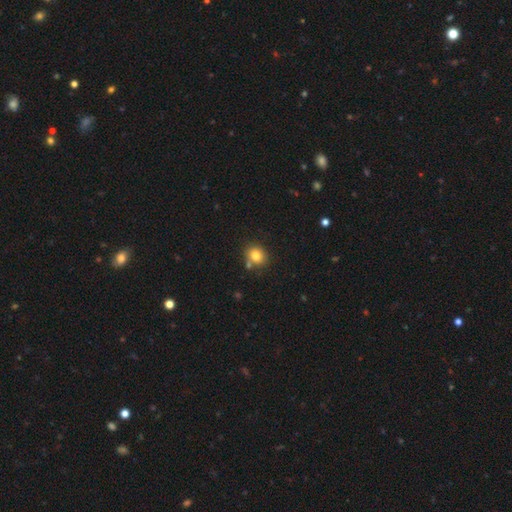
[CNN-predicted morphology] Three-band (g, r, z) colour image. It shows a smooth galaxy with no disk features (81%) that is round (68%). Merging: none (70%).